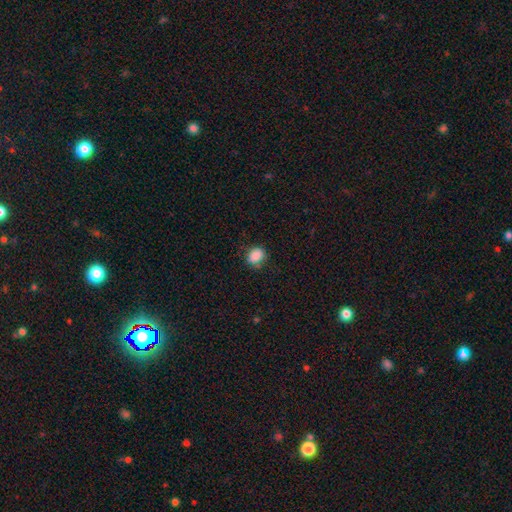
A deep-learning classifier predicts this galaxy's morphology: Q: Smooth or featured?
A: smooth (87%); runner-up: star or artifact (9%)
Q: How rounded?
A: round (54%); runner-up: in between (45%)
Q: Merging?
A: none (73%); runner-up: minor disturbance (20%)